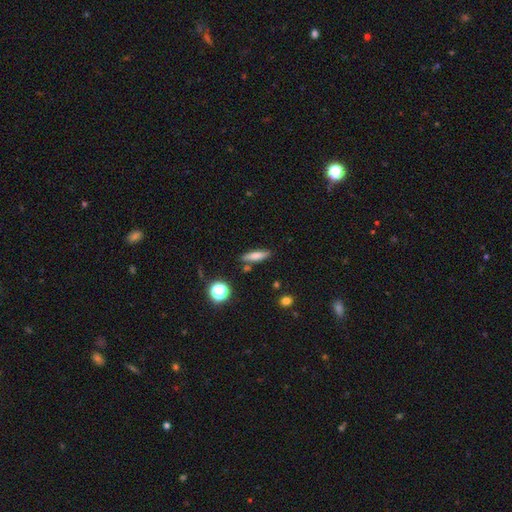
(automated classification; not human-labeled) smooth-or-featured: smooth: 70% | featured or disk: 20% | star or artifact: 10%
  how-rounded: cigar-shaped: 68% | in between: 28% | round: 4%
  merging: none: 80% | minor disturbance: 11% | merger: 5% | major disturbance: 3%